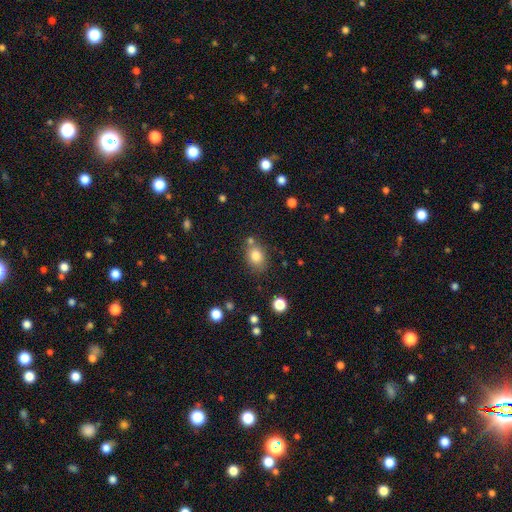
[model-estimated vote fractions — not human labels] smooth 81%, star or artifact 10%, featured or disk 9%. Down the decision tree: how rounded — in between (63%); merging — none (71%).